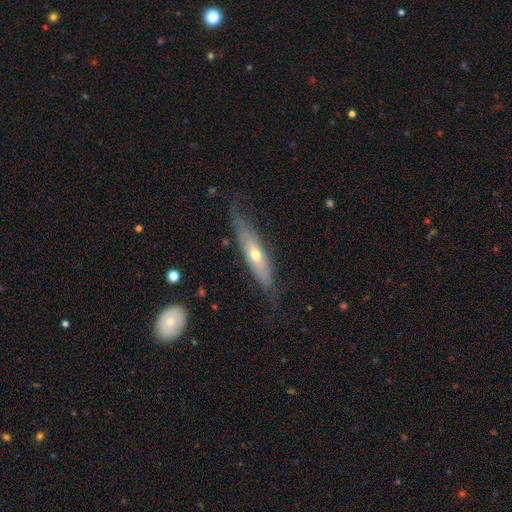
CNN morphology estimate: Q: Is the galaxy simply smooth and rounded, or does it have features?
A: featured or disk — 60%.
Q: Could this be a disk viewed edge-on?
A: yes — 68%.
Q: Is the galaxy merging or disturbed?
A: none — 65%.